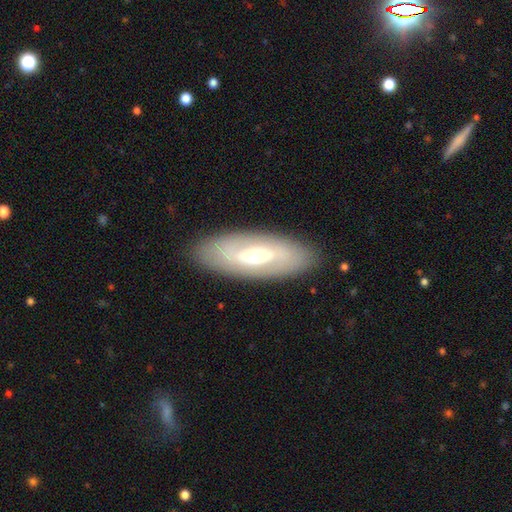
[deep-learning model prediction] A featured or disk galaxy (65%) with a weak bar (43%), spiral arms (54%) and a moderate central bulge (66%). Merging: none (88%).